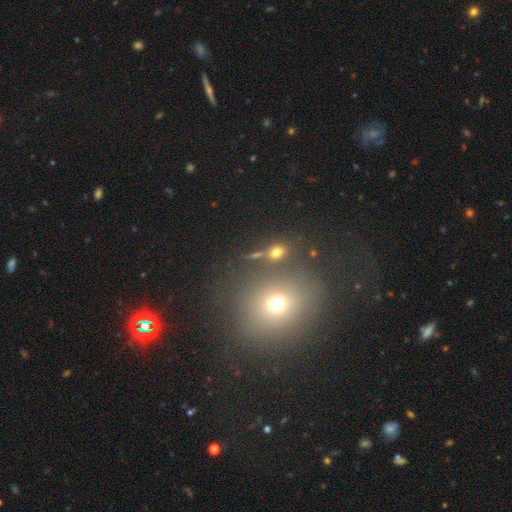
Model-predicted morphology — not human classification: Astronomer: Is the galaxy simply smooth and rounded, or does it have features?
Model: smooth — 53% (runner-up: star or artifact, 32%).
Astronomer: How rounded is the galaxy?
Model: round — 66%.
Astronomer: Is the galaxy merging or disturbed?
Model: none — 72%.